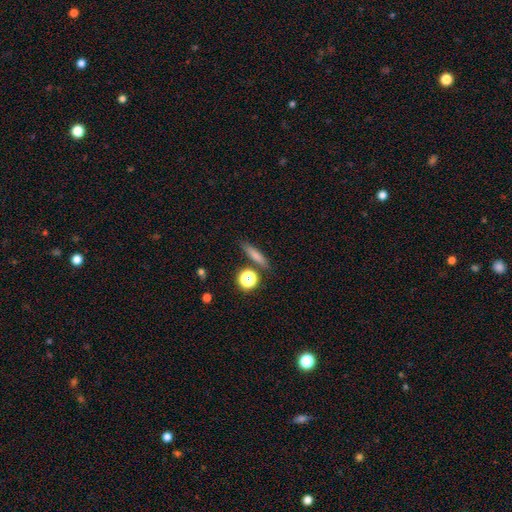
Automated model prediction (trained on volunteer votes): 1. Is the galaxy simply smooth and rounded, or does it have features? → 71% smooth, 16% featured or disk, 13% star or artifact.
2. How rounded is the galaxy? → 74% cigar-shaped, 15% in between, 11% round.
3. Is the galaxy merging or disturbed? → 81% none, 9% minor disturbance, 6% merger, 3% major disturbance.